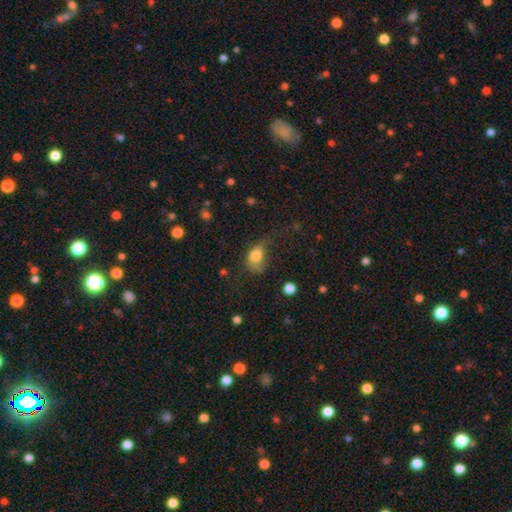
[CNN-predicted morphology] Smooth or featured? smooth (75%)
How rounded? in between (77%)
Merging? major disturbance (44%)